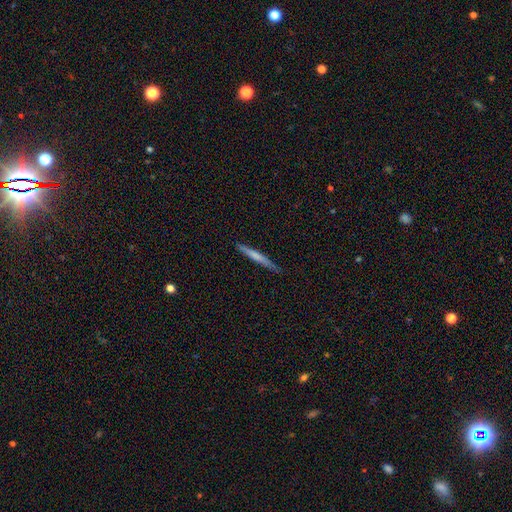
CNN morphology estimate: type=smooth (59%); roundness=cigar-shaped (96%); merging=none (85%).